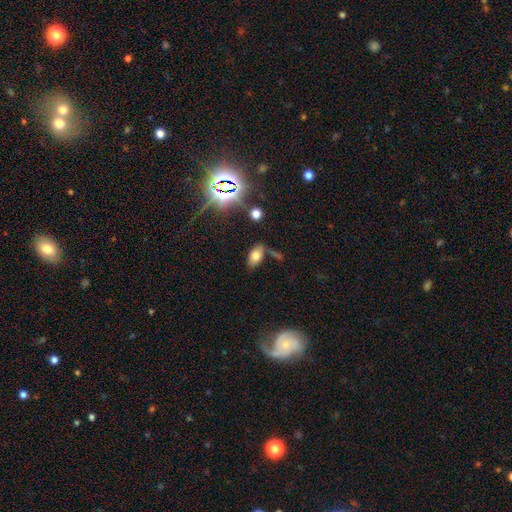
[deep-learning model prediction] Smooth or featured?
  - smooth: 73% *
  - star or artifact: 15%
  - featured or disk: 12%
How rounded?
  - in between: 92% *
  - round: 5%
  - cigar-shaped: 3%
Merging?
  - none: 65% *
  - minor disturbance: 17%
  - merger: 12%
  - major disturbance: 7%